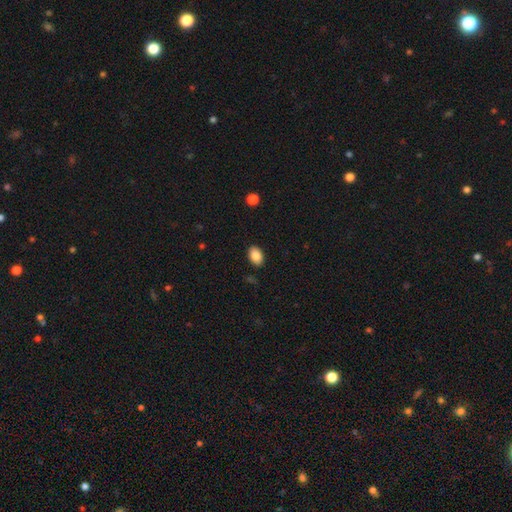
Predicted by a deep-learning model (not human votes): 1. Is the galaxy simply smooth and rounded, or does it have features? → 87% smooth, 8% star or artifact, 5% featured or disk.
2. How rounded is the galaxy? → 88% in between, 11% round, 1% cigar-shaped.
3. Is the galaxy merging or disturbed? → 88% none, 8% minor disturbance, 2% major disturbance, 1% merger.